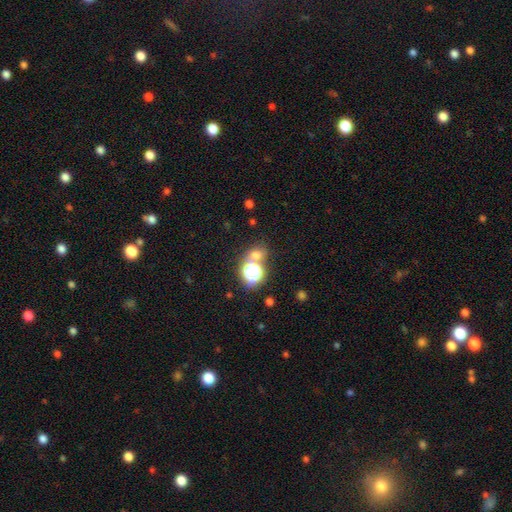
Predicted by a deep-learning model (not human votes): This appears to be a smooth galaxy with no disk features (61%) that is round (72%). Merging: none (61%).